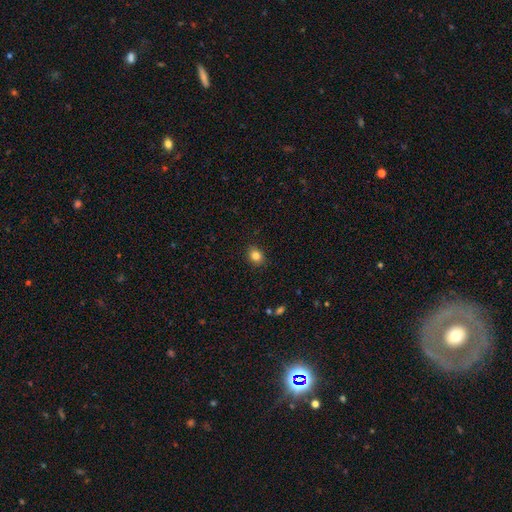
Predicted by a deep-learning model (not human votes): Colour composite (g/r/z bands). It shows a smooth galaxy with no disk features (83%) that is round (54%). Merging: none (89%).